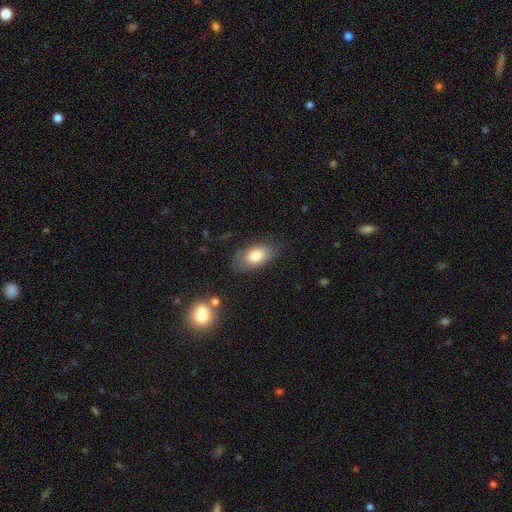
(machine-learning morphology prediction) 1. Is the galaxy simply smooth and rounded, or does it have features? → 75% smooth, 17% featured or disk, 7% star or artifact.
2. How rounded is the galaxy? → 92% in between, 5% round, 3% cigar-shaped.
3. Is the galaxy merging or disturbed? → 67% none, 22% minor disturbance, 8% major disturbance, 2% merger.